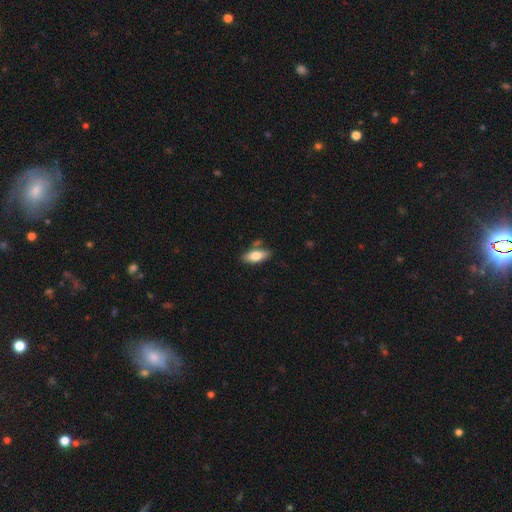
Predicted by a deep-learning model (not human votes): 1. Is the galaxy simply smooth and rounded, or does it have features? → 75% smooth, 19% featured or disk, 6% star or artifact.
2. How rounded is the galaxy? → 79% in between, 18% cigar-shaped, 3% round.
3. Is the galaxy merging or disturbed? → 74% none, 15% minor disturbance, 8% merger, 3% major disturbance.